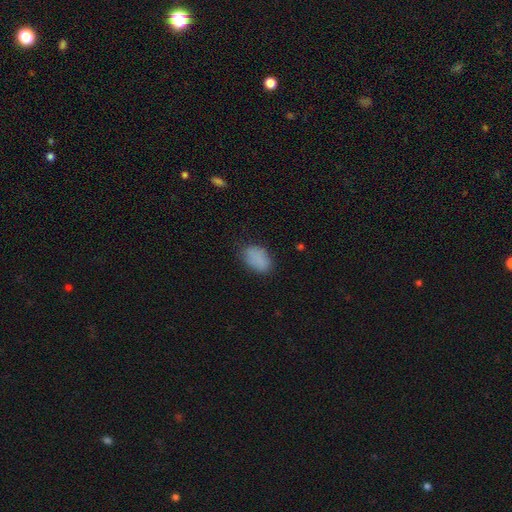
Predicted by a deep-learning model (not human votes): Smooth or featured: smooth — 86% (star or artifact — 9%)
How rounded: in between — 87% (round — 12%)
Merging: none — 77% (minor disturbance — 17%)